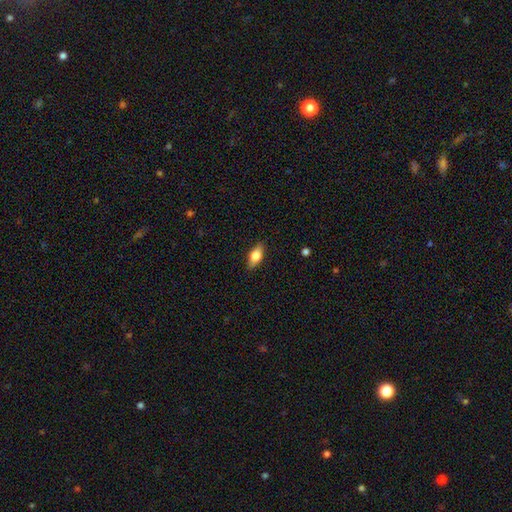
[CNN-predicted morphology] Smooth or featured: smooth — 70% (featured or disk — 23%)
How rounded: in between — 82% (cigar-shaped — 13%)
Merging: none — 87% (minor disturbance — 10%)